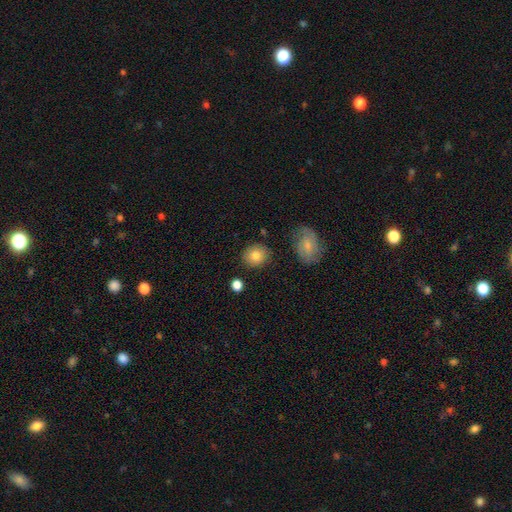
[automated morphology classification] Smooth or featured: smooth — 82% (featured or disk — 10%)
How rounded: round — 76% (in between — 23%)
Merging: none — 83% (minor disturbance — 11%)